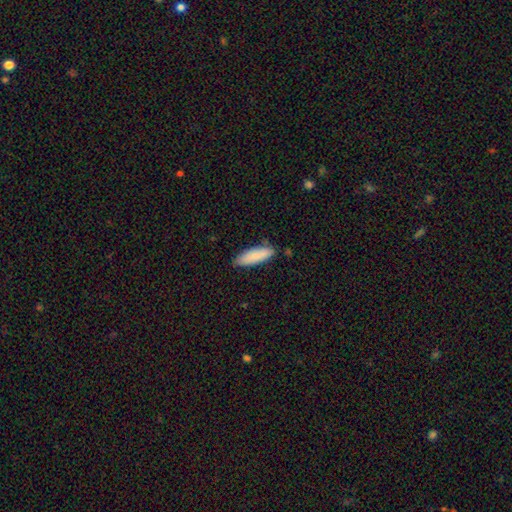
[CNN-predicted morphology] This appears to be a smooth galaxy with no disk features (86%) that is cigar-shaped (52%). Merging: none (80%).